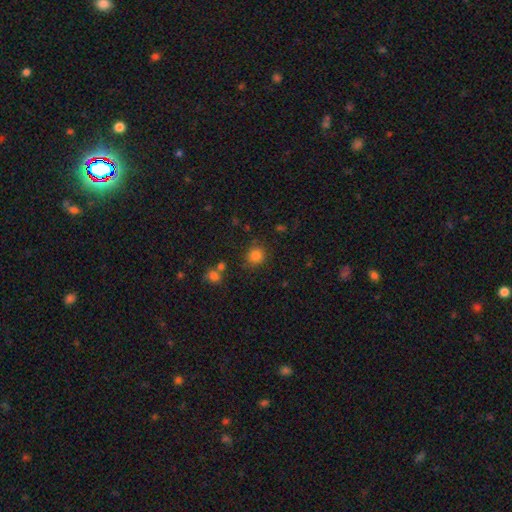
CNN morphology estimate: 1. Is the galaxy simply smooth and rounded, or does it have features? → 83% smooth, 12% star or artifact, 5% featured or disk.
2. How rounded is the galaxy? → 86% round, 13% in between, 1% cigar-shaped.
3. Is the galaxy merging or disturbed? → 80% none, 11% minor disturbance, 5% merger, 4% major disturbance.